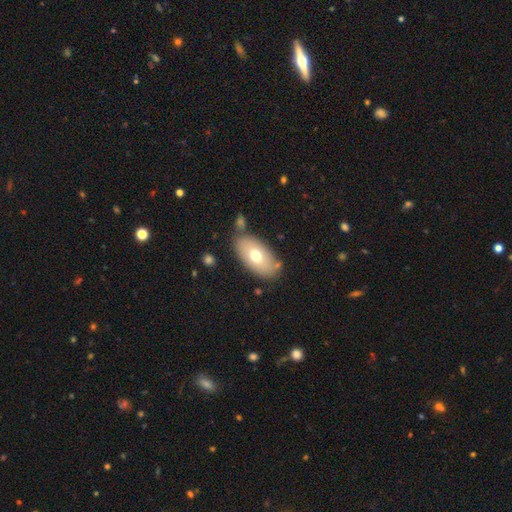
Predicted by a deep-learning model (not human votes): Smooth or featured? Predicted: smooth (p=0.67). How rounded? Predicted: in between (p=0.93). Merging? Predicted: none (p=0.75).